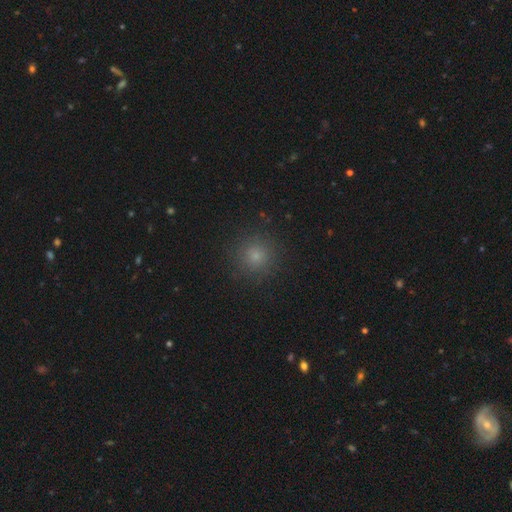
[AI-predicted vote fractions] This is likely a smooth galaxy (76%). How rounded: clearly round (95%). Merging: clearly none (89%).